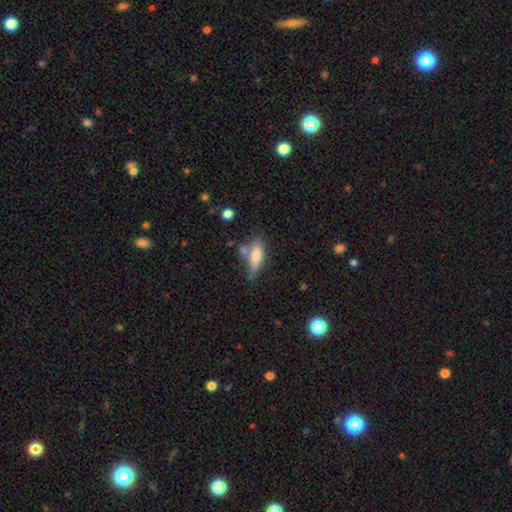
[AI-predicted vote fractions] smooth_or_featured: smooth (p=0.69) [alt: featured or disk p=0.23]
how_rounded: in between (p=0.52) [alt: cigar-shaped p=0.45]
merging: none (p=0.44) [alt: minor disturbance p=0.25]